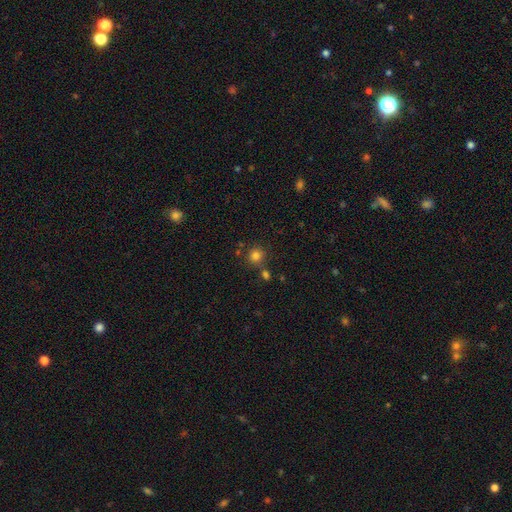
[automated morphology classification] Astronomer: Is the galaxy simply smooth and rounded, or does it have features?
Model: smooth — 80%.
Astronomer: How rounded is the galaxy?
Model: round — 92%.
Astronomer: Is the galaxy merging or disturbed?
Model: none — 75%.